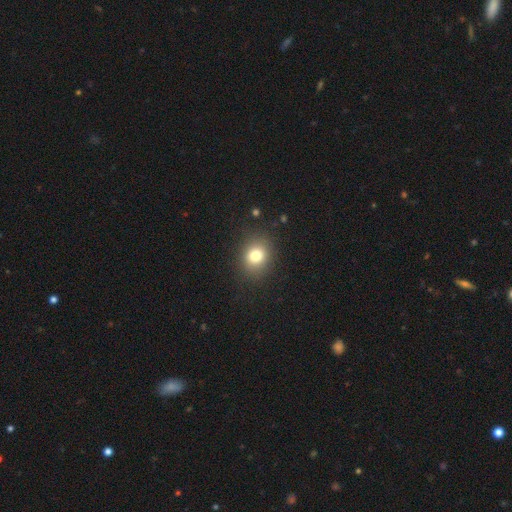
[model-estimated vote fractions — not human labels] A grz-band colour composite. It shows a smooth galaxy with no disk features (79%) that is round (63%). Merging: none (86%).